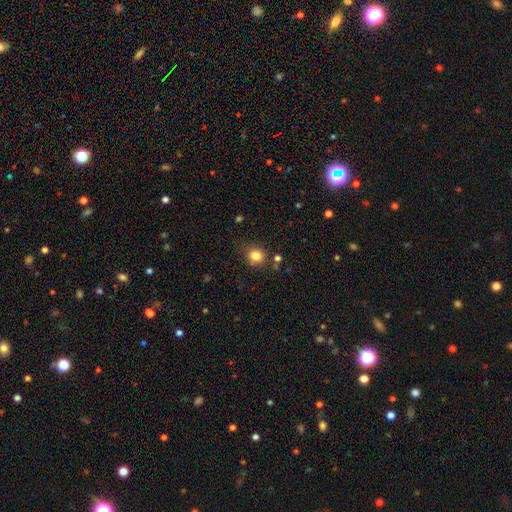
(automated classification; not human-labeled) Morphology: type=smooth (82%); roundness=round (78%); merging=none (78%).